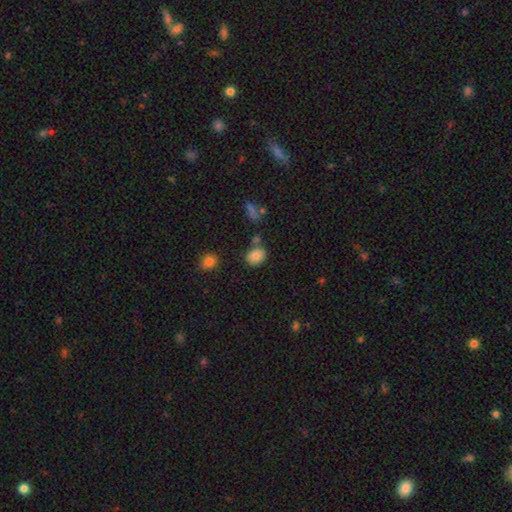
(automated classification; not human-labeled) A smooth galaxy with no disk features (81%) that is in between round and cigar-shaped (55%).

Vote fractions:
- Smooth or featured? smooth: 81% / star or artifact: 11% / featured or disk: 9%
- How rounded? in between: 55% / round: 43% / cigar-shaped: 1%
- Merging? none: 71% / minor disturbance: 13% / merger: 12% / major disturbance: 4%